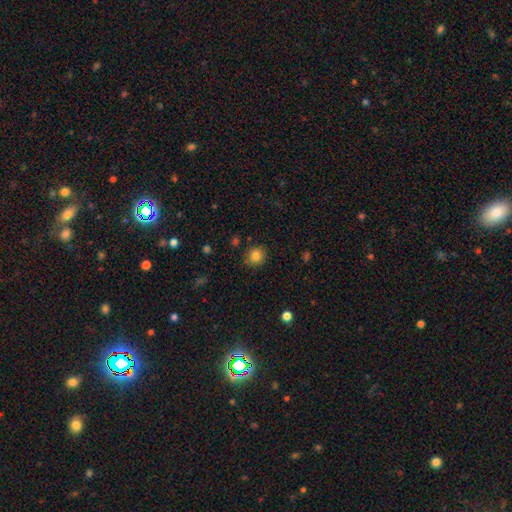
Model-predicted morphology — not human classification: Overall: smooth (82%). How rounded: round (89%). Merging: none (86%).